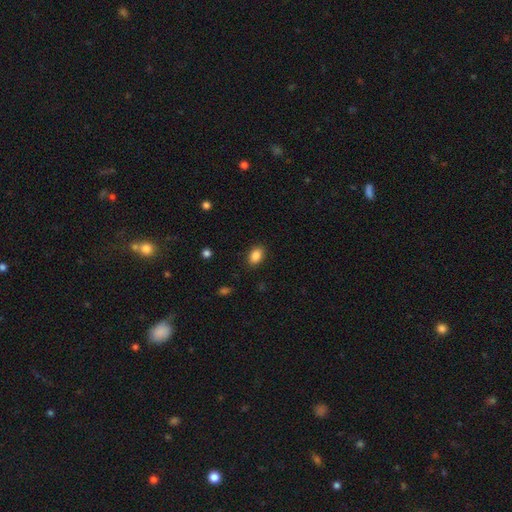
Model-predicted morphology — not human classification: Smooth or featured?
  - smooth: 87% *
  - star or artifact: 9%
  - featured or disk: 4%
How rounded?
  - in between: 80% *
  - round: 19%
  - cigar-shaped: 1%
Merging?
  - none: 87% *
  - minor disturbance: 9%
  - major disturbance: 3%
  - merger: 1%